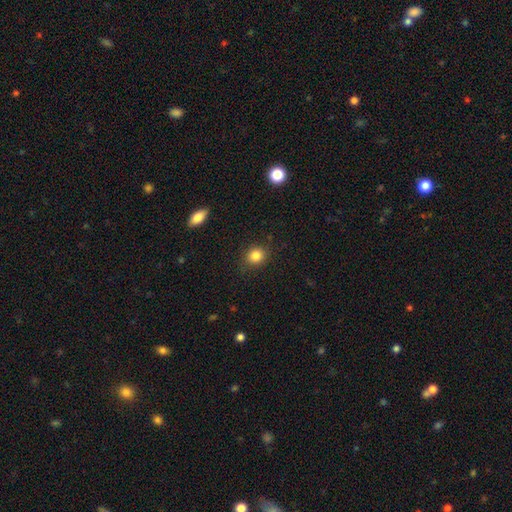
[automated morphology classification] The model was most divided on "how rounded": round: 76%, in between: 23%, cigar-shaped: 1%. More confident: merging — none (86%); smooth or featured — smooth (84%).